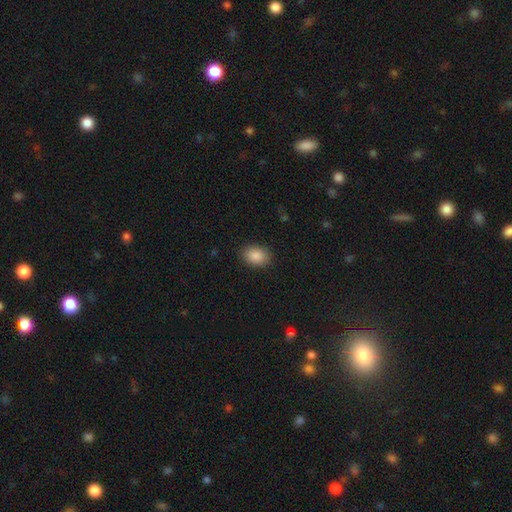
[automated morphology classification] This is clearly a smooth galaxy (88%). How rounded: likely in between (77%). Merging: clearly none (88%).